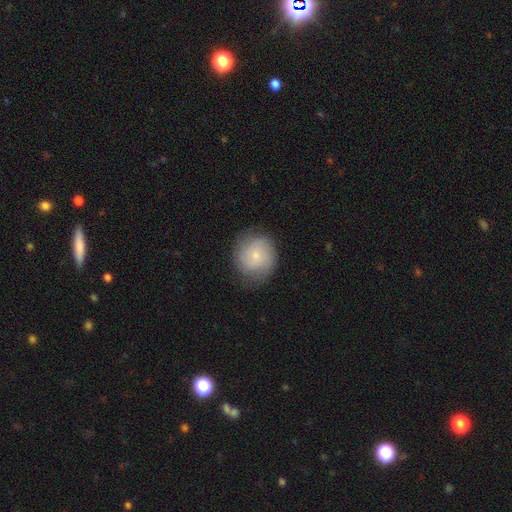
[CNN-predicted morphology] smooth-or-featured: smooth: 56% | featured or disk: 36% | star or artifact: 7%
  how-rounded: round: 82% | in between: 17% | cigar-shaped: 1%
  merging: none: 74% | minor disturbance: 19% | major disturbance: 6% | merger: 1%